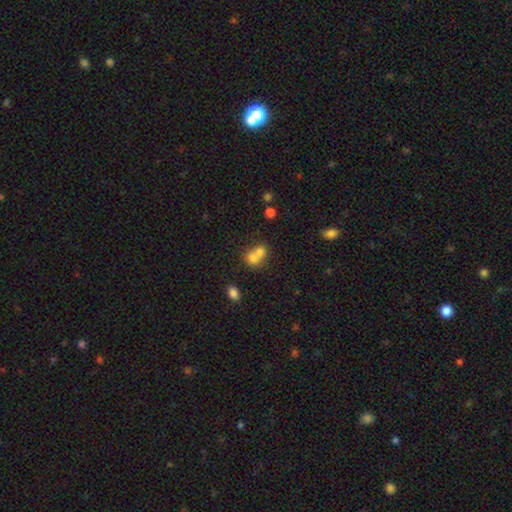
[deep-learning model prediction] smooth-or-featured: smooth: 72% | featured or disk: 16% | star or artifact: 12%
  how-rounded: round: 65% | in between: 34% | cigar-shaped: 1%
  merging: merger: 68% | none: 24% | minor disturbance: 5% | major disturbance: 3%